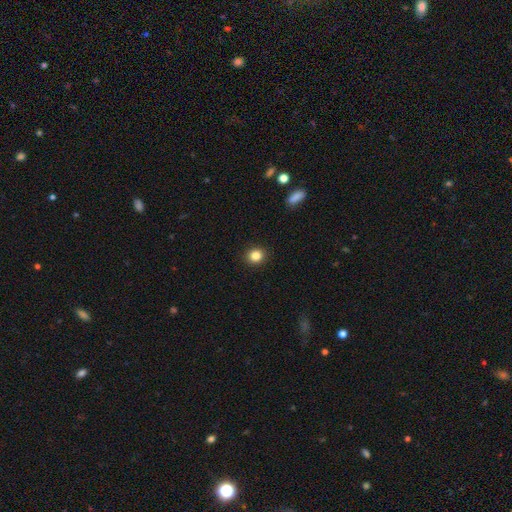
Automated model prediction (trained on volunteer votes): Smooth or featured: smooth — 84% (star or artifact — 11%)
How rounded: round — 82% (in between — 17%)
Merging: none — 92% (minor disturbance — 5%)